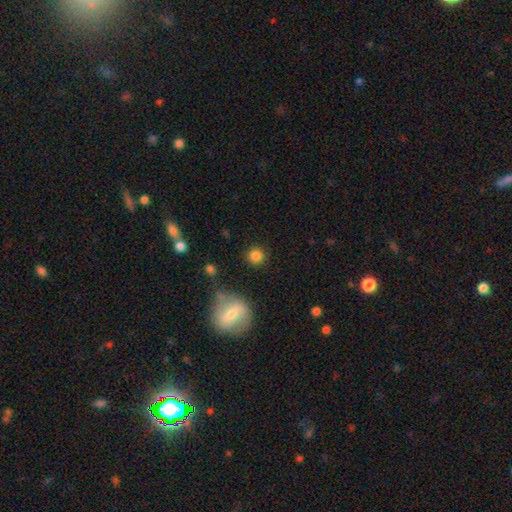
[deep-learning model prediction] Morphology: type=smooth (83%); roundness=round (92%); merging=none (86%).